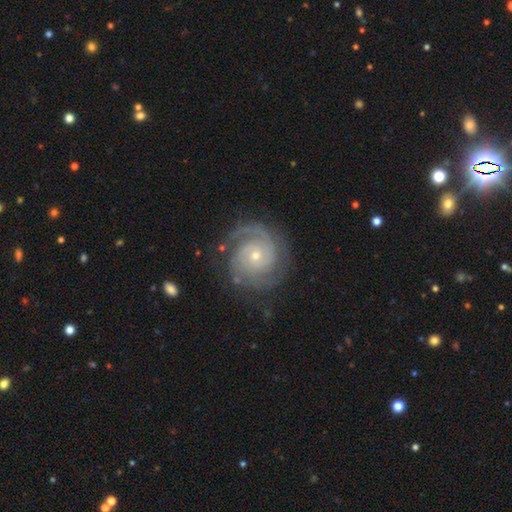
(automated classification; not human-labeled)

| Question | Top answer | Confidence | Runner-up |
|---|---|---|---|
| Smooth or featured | featured or disk | 90% | smooth (6%) |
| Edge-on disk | no | 98% | yes (2%) |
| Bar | no | 74% | weak (21%) |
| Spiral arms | yes | 98% | no (2%) |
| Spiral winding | tight | 71% | medium (25%) |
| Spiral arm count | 2 | 50% | 3 (20%) |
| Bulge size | small | 68% | moderate (29%) |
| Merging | none | 77% | minor disturbance (14%) |